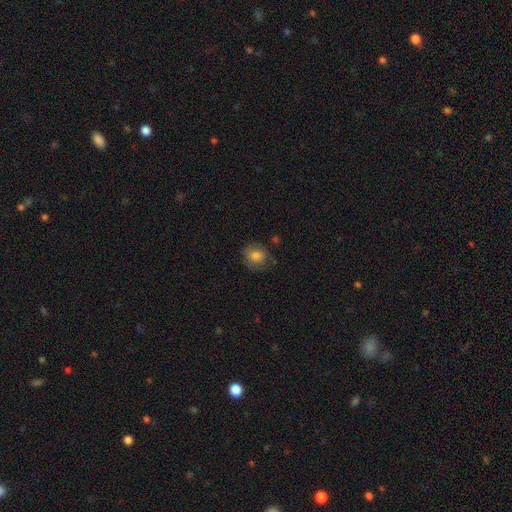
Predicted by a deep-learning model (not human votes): Overall: smooth (80%). How rounded: round (82%). Merging: none (76%).